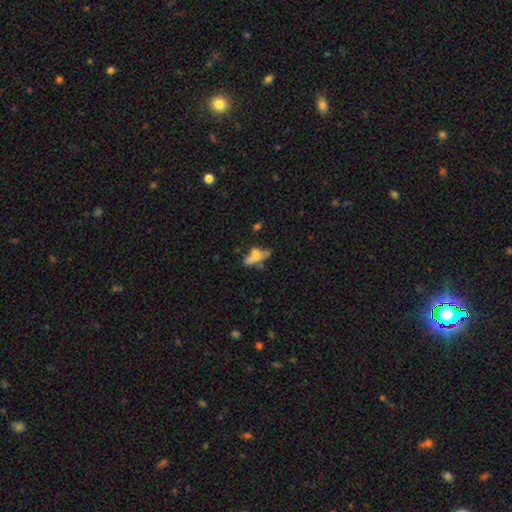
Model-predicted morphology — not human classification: This appears to be a smooth galaxy with no disk features (54%) that is in between round and cigar-shaped (61%). Merging: none (34%).